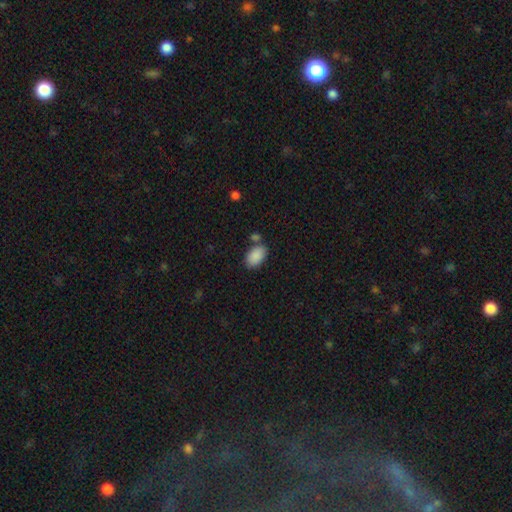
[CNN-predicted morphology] Q: Smooth or featured?
A: smooth (90%); runner-up: star or artifact (7%)
Q: How rounded?
A: in between (93%); runner-up: round (6%)
Q: Merging?
A: none (70%); runner-up: minor disturbance (13%)